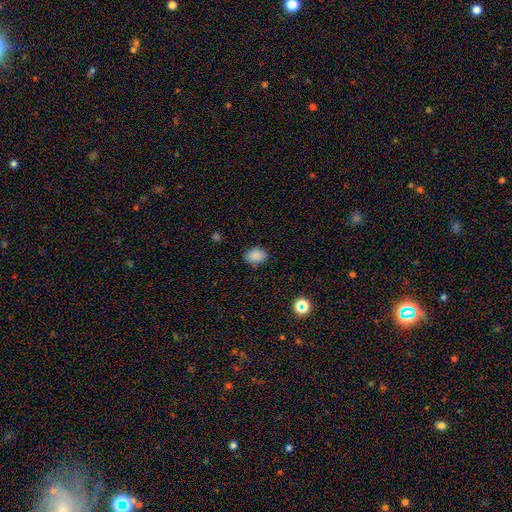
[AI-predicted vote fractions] The model was most divided on "how rounded": in between: 78%, round: 21%, cigar-shaped: 1%. More confident: smooth or featured — smooth (86%); merging — none (82%).